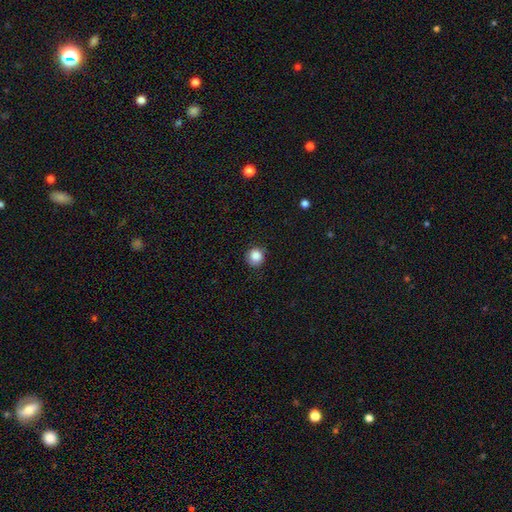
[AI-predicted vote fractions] Smooth or featured? smooth (86%)
How rounded? round (91%)
Merging? none (85%)